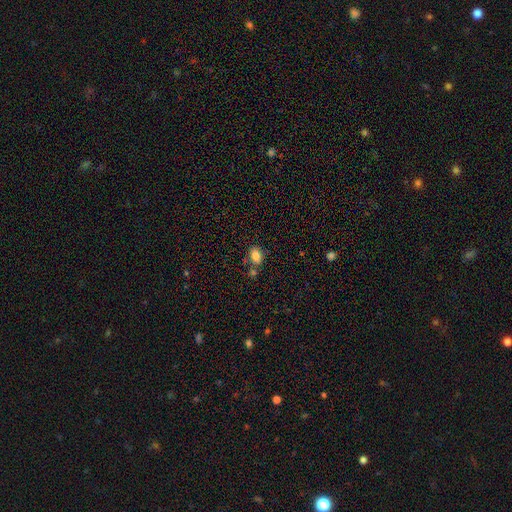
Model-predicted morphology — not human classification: Q: Smooth or featured?
A: smooth (84%); runner-up: star or artifact (10%)
Q: How rounded?
A: in between (78%); runner-up: round (21%)
Q: Merging?
A: none (68%); runner-up: merger (15%)